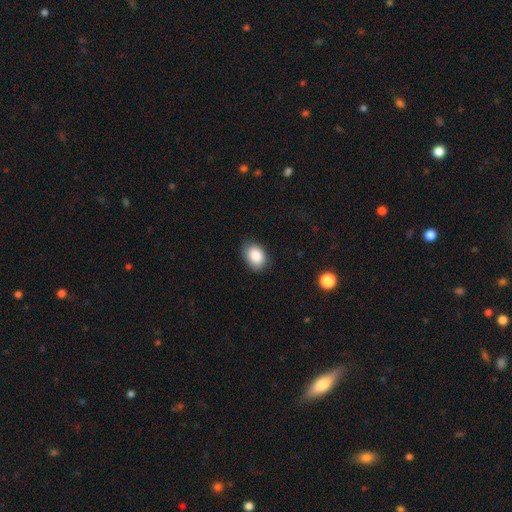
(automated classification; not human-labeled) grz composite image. It shows a smooth galaxy with no disk features (86%) that is in between round and cigar-shaped (74%). Merging: none (81%).